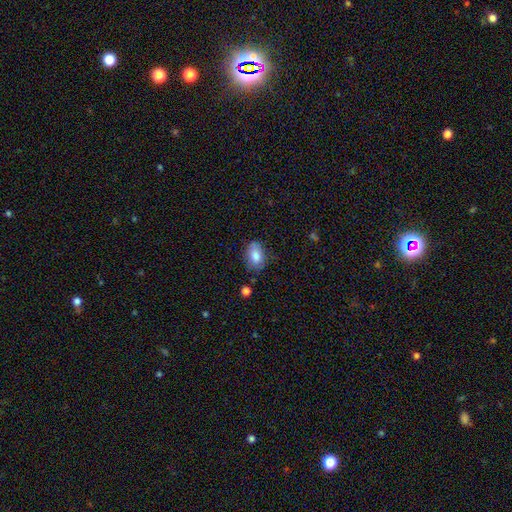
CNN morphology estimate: A smooth galaxy with no disk features (81%) that is in between round and cigar-shaped (86%).

Vote fractions:
- Smooth or featured? smooth: 81% / featured or disk: 11% / star or artifact: 8%
- How rounded? in between: 86% / round: 12% / cigar-shaped: 2%
- Merging? none: 69% / minor disturbance: 24% / major disturbance: 5% / merger: 3%